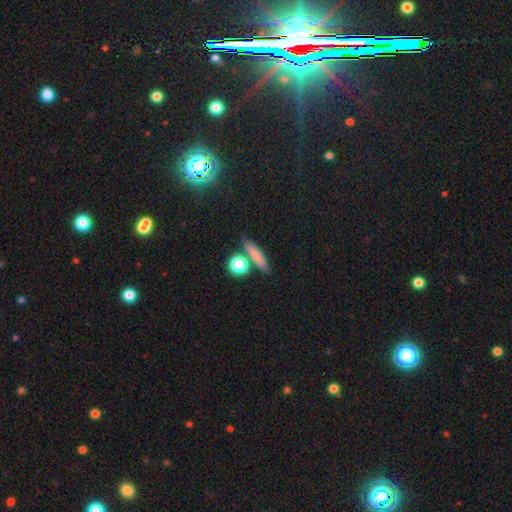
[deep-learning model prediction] smooth_or_featured: smooth (p=0.76) [alt: featured or disk p=0.15]
how_rounded: cigar-shaped (p=0.58) [alt: in between p=0.23]
merging: none (p=0.73) [alt: merger p=0.13]